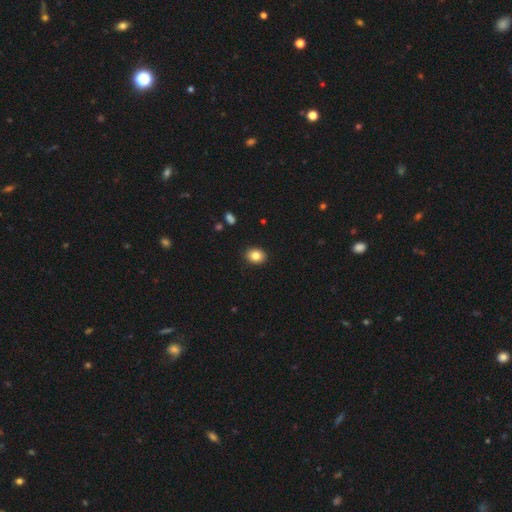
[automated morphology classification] A smooth galaxy with no disk features (84%) that is in between round and cigar-shaped (53%).

Vote fractions:
- Smooth or featured? smooth: 84% / star or artifact: 9% / featured or disk: 7%
- How rounded? in between: 53% / round: 46% / cigar-shaped: 1%
- Merging? none: 90% / minor disturbance: 7% / major disturbance: 2% / merger: 1%